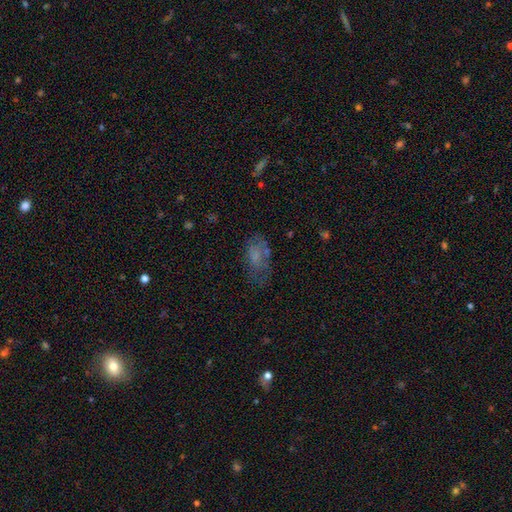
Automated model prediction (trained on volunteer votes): A smooth galaxy with no disk features (58%) that is in between round and cigar-shaped (89%).

Vote fractions:
- Smooth or featured? smooth: 58% / featured or disk: 28% / star or artifact: 14%
- How rounded? in between: 89% / round: 6% / cigar-shaped: 5%
- Merging? none: 52% / minor disturbance: 26% / major disturbance: 18% / merger: 4%